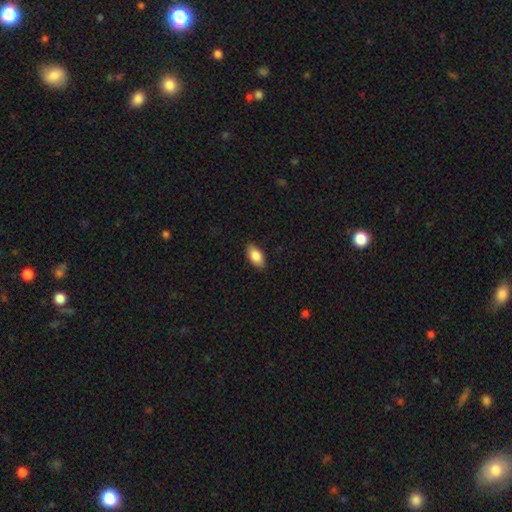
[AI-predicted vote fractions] The model was most divided on "smooth or featured": smooth: 84%, featured or disk: 9%, star or artifact: 7%. More confident: how rounded — in between (92%); merging — none (88%).